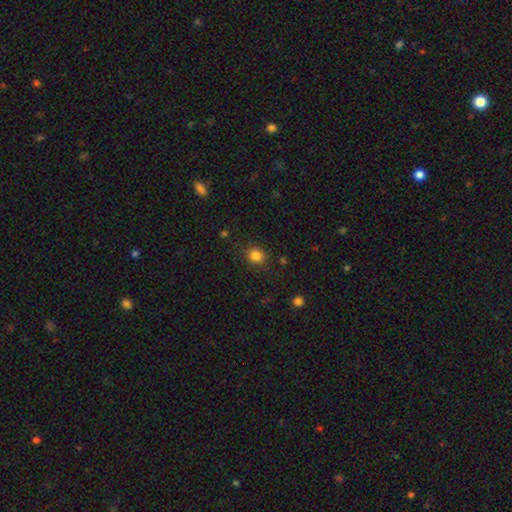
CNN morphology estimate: A smooth galaxy with no disk features (83%) that is round (81%).

Vote fractions:
- Smooth or featured? smooth: 83% / star or artifact: 12% / featured or disk: 5%
- How rounded? round: 81% / in between: 18% / cigar-shaped: 1%
- Merging? none: 85% / minor disturbance: 10% / major disturbance: 3% / merger: 1%